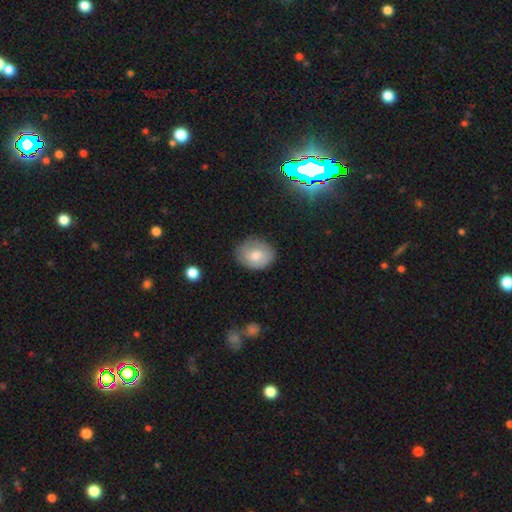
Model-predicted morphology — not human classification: Smooth or featured? smooth (62%)
How rounded? round (62%)
Merging? none (79%)